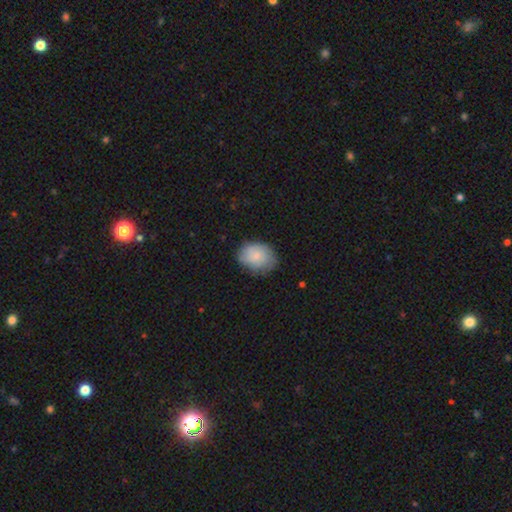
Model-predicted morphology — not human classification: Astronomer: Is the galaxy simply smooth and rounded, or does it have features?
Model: smooth — 78%.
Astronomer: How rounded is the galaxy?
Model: in between — 65%.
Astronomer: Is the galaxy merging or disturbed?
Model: none — 70%.